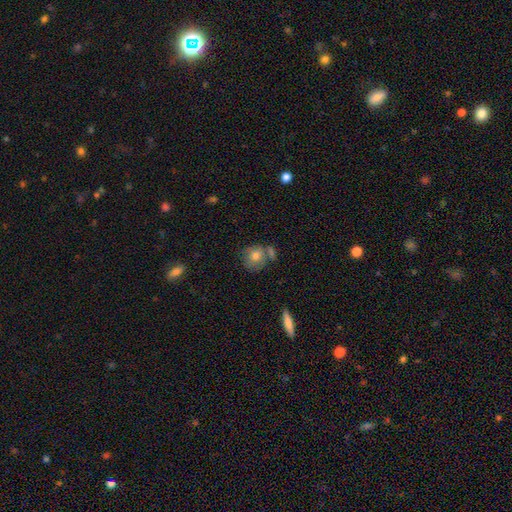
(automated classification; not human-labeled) Smooth or featured? Predicted: smooth (p=0.75). How rounded? Predicted: round (p=0.77). Merging? Predicted: none (p=0.54).